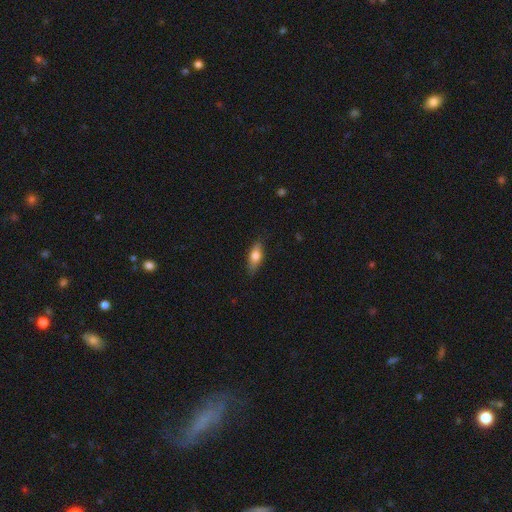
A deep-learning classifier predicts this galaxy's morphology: Smooth or featured?
  - smooth: 70% *
  - featured or disk: 24%
  - star or artifact: 7%
How rounded?
  - in between: 70% *
  - cigar-shaped: 26%
  - round: 4%
Merging?
  - none: 83% *
  - minor disturbance: 14%
  - major disturbance: 2%
  - merger: 1%